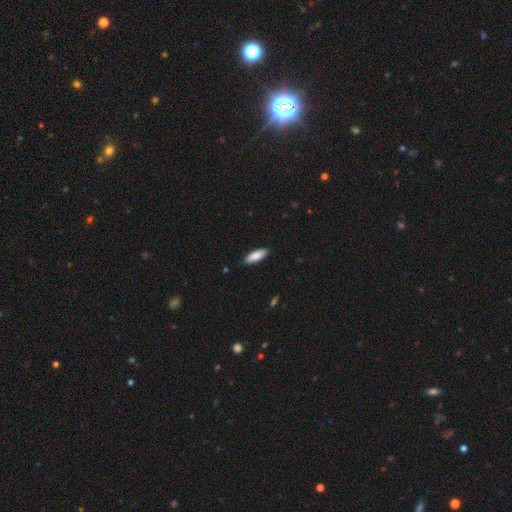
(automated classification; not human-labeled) Morphology: type=smooth (85%); roundness=in between (56%); merging=none (89%).